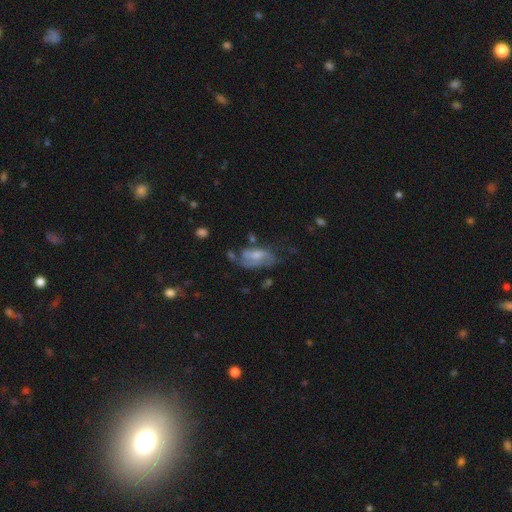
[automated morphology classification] This is possibly a featured or disk galaxy (59%). It is clearly not viewed edge-on (94%). Bar: possibly no (58%). Spiral arm pattern: likely yes (73%). Central bulge: marginally moderate (41%). Merging: marginally none (37%).